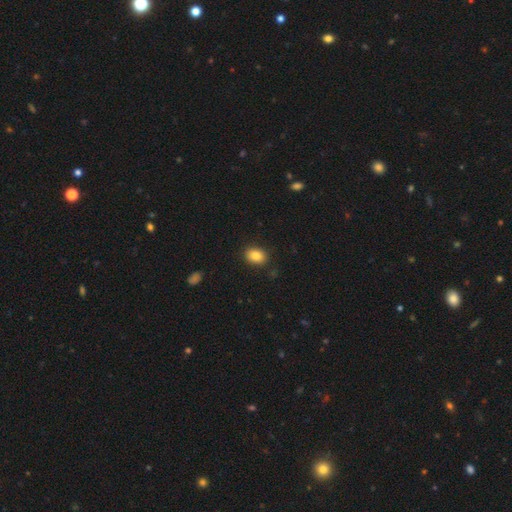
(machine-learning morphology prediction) Q: Smooth or featured?
A: smooth (85%); runner-up: star or artifact (9%)
Q: How rounded?
A: in between (68%); runner-up: round (31%)
Q: Merging?
A: none (88%); runner-up: minor disturbance (8%)